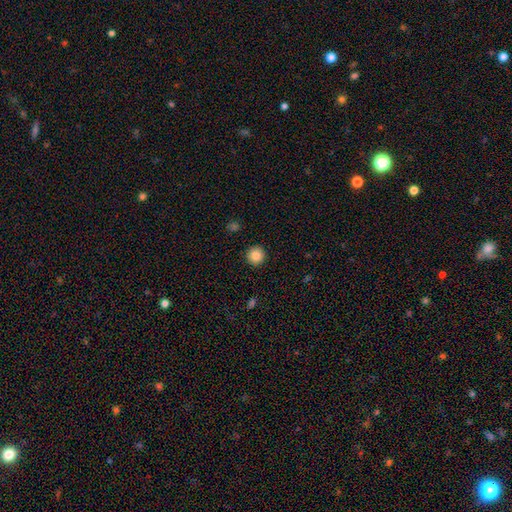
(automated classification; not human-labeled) smooth 87%, star or artifact 9%, featured or disk 4%. Down the decision tree: how rounded — round (96%); merging — none (93%).